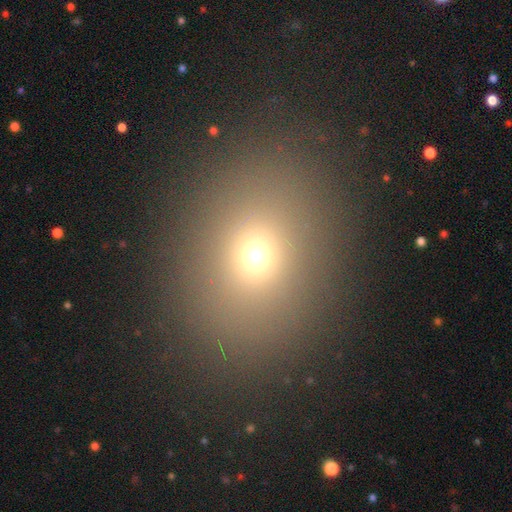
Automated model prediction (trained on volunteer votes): smooth_or_featured: smooth (p=0.68) [alt: star or artifact p=0.21]
how_rounded: round (p=0.52) [alt: in between p=0.47]
merging: none (p=0.86) [alt: minor disturbance p=0.08]